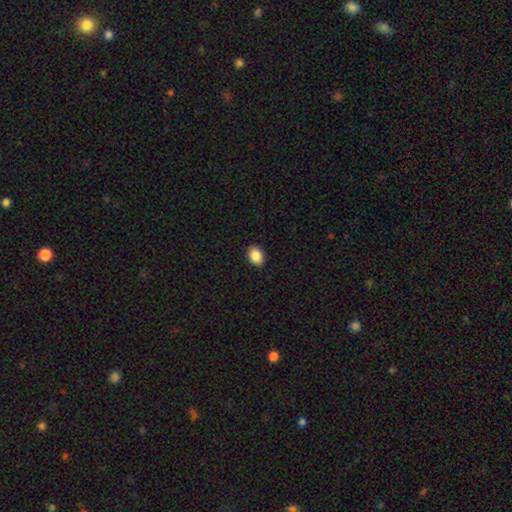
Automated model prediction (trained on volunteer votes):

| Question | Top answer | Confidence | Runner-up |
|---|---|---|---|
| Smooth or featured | smooth | 88% | star or artifact (8%) |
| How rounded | in between | 77% | round (22%) |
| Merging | none | 91% | minor disturbance (6%) |